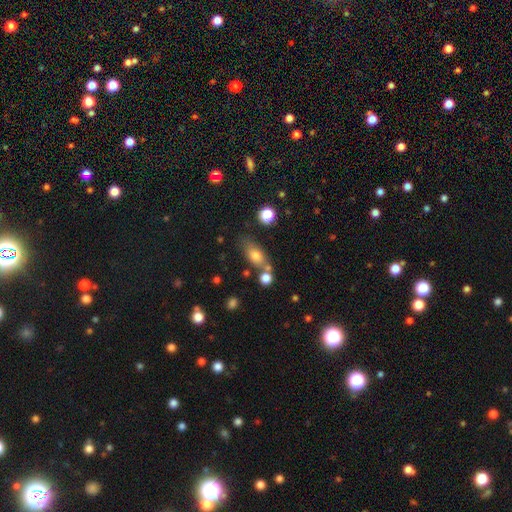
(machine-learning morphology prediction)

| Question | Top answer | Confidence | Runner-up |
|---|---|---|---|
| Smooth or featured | smooth | 74% | featured or disk (17%) |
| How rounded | in between | 74% | cigar-shaped (14%) |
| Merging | none | 57% | minor disturbance (18%) |